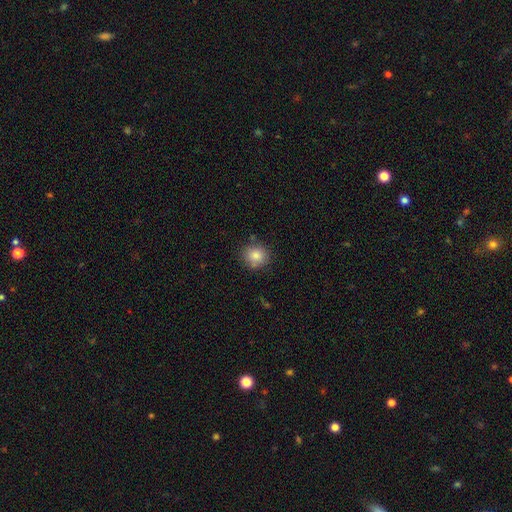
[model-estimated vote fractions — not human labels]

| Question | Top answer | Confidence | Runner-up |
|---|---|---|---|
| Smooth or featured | smooth | 83% | star or artifact (10%) |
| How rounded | round | 84% | in between (15%) |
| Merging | none | 79% | minor disturbance (13%) |